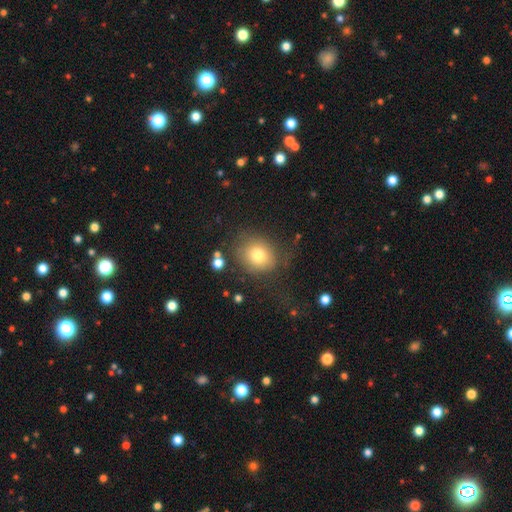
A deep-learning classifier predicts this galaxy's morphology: Overall: smooth (66%). How rounded: round (81%). Merging: none (72%).